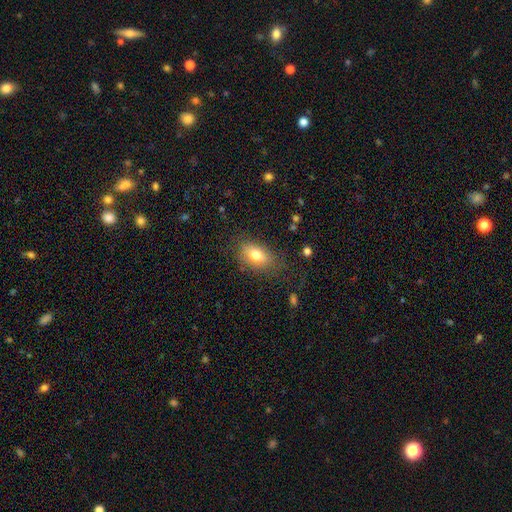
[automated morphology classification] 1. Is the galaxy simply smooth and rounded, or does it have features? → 76% smooth, 15% featured or disk, 9% star or artifact.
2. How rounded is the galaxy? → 84% in between, 13% round, 2% cigar-shaped.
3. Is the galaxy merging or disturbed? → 76% none, 17% minor disturbance, 6% major disturbance, 2% merger.